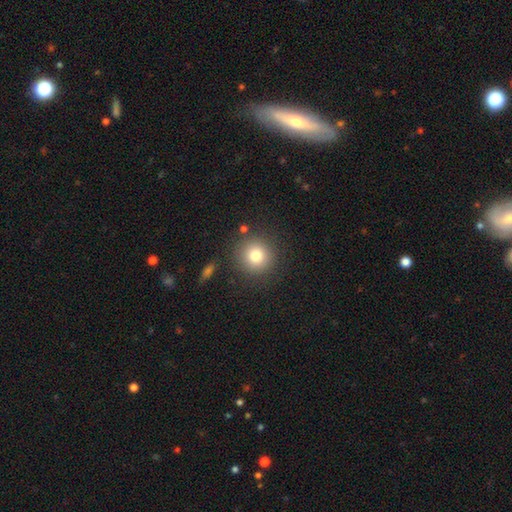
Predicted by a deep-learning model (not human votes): Smooth or featured?
  - smooth: 80% *
  - star or artifact: 11%
  - featured or disk: 9%
How rounded?
  - round: 93% *
  - in between: 6%
  - cigar-shaped: 1%
Merging?
  - none: 86% *
  - minor disturbance: 8%
  - major disturbance: 3%
  - merger: 3%